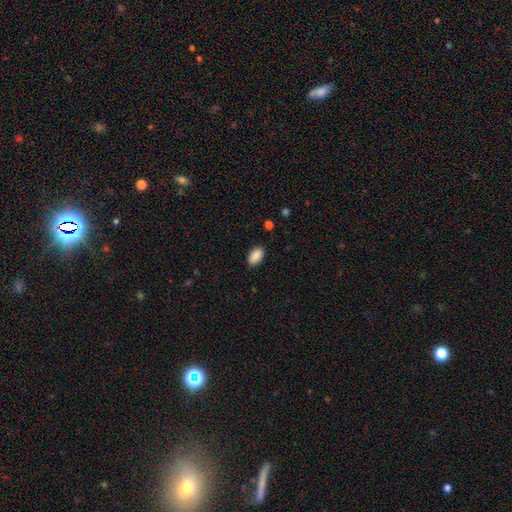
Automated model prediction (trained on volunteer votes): Morphology: type=smooth (90%); roundness=in between (94%); merging=none (88%).